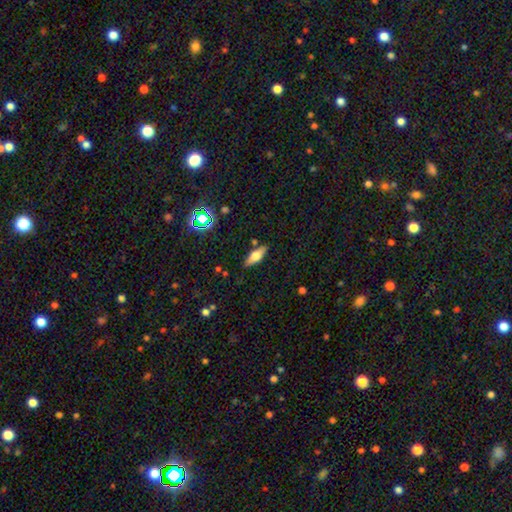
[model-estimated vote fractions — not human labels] Q: Smooth or featured?
A: smooth (50%); runner-up: featured or disk (41%)
Q: Merging?
A: none (84%); runner-up: minor disturbance (11%)